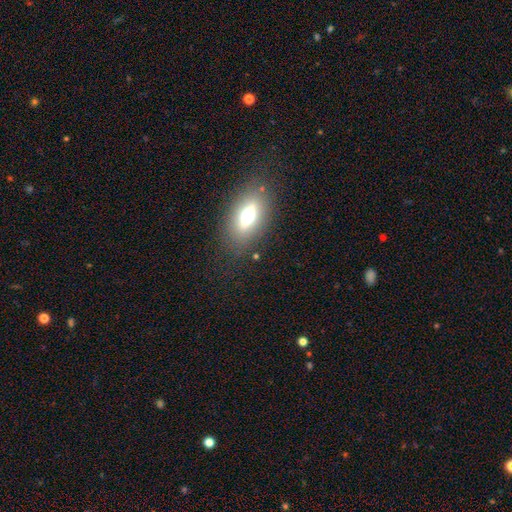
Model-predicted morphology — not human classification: A smooth galaxy with no disk features (63%) that is in between round and cigar-shaped (81%).

Vote fractions:
- Smooth or featured? smooth: 63% / featured or disk: 25% / star or artifact: 12%
- How rounded? in between: 81% / cigar-shaped: 12% / round: 7%
- Merging? none: 82% / minor disturbance: 12% / major disturbance: 5% / merger: 2%